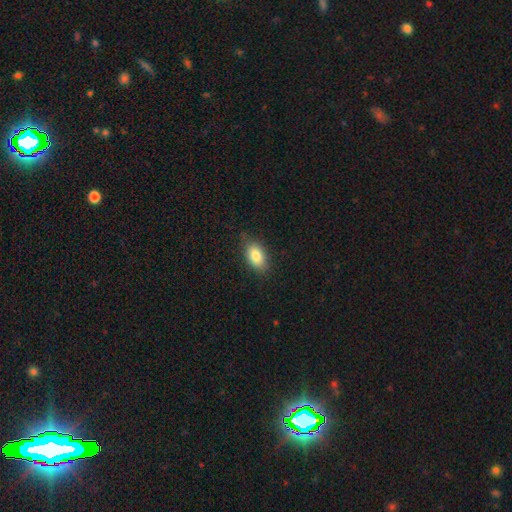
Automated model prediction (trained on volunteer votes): The model was most divided on "merging": none: 80%, minor disturbance: 15%, major disturbance: 3%, merger: 1%. More confident: how rounded — in between (91%); smooth or featured — smooth (84%).